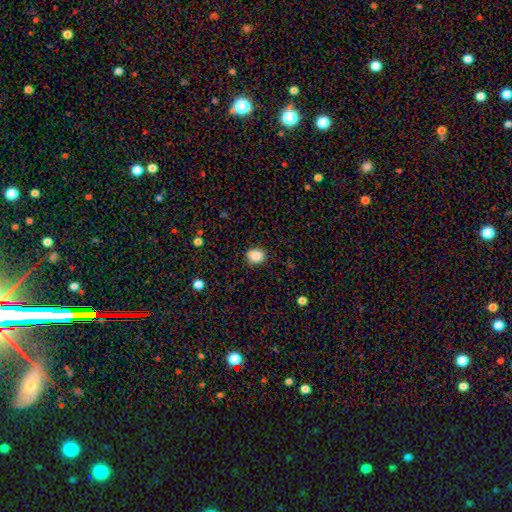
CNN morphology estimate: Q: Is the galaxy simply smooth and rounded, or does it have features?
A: smooth — 86%.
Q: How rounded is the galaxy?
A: round — 64%.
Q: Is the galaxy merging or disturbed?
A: none — 79%.